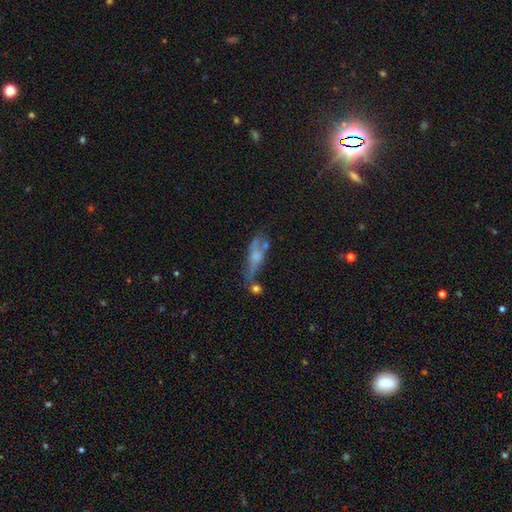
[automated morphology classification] Smooth or featured: smooth — 47% (featured or disk — 43%)
Merging: none — 38% (minor disturbance — 23%)